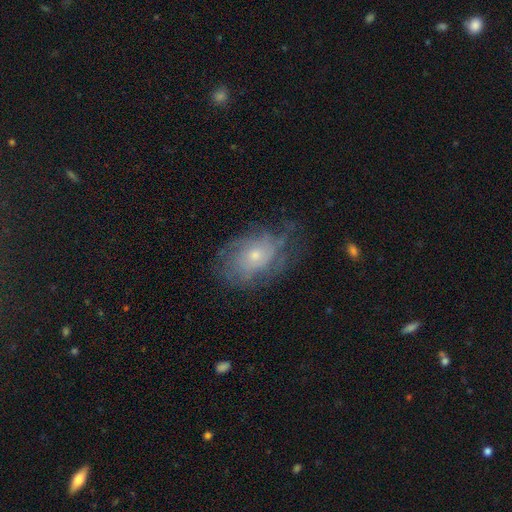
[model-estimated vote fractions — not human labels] Q: Smooth or featured?
A: featured or disk (63%); runner-up: smooth (28%)
Q: Edge-on disk?
A: no (95%); runner-up: yes (5%)
Q: Bar?
A: no (83%); runner-up: weak (15%)
Q: Spiral arms?
A: yes (74%); runner-up: no (26%)
Q: Bulge size?
A: small (57%); runner-up: moderate (38%)
Q: Merging?
A: none (60%); runner-up: minor disturbance (25%)